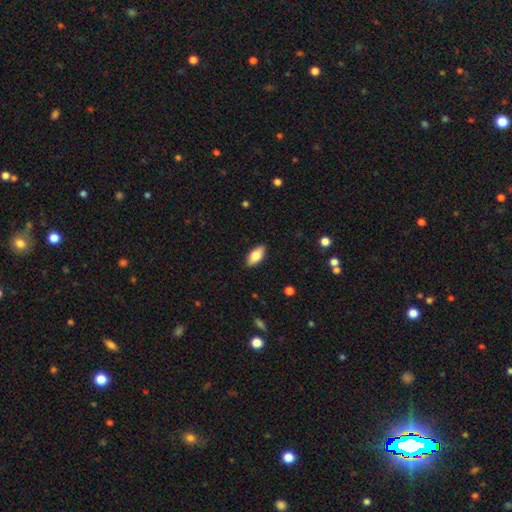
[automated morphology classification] Smooth or featured?
  - smooth: 74% *
  - featured or disk: 19%
  - star or artifact: 6%
How rounded?
  - in between: 88% *
  - cigar-shaped: 9%
  - round: 3%
Merging?
  - none: 88% *
  - minor disturbance: 9%
  - major disturbance: 2%
  - merger: 1%